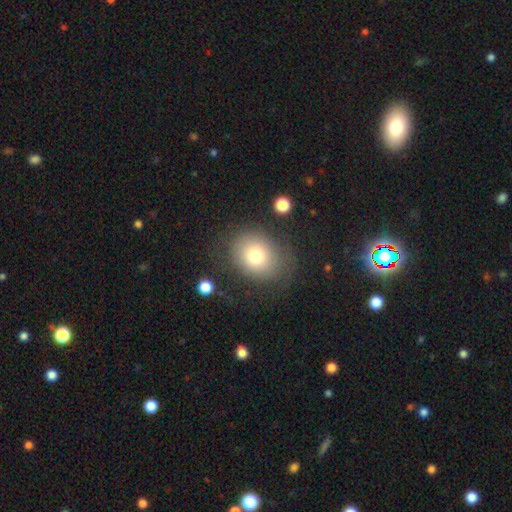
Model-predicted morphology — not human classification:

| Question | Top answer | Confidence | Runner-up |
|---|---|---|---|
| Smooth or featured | smooth | 74% | featured or disk (14%) |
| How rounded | round | 60% | in between (39%) |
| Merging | none | 71% | minor disturbance (16%) |